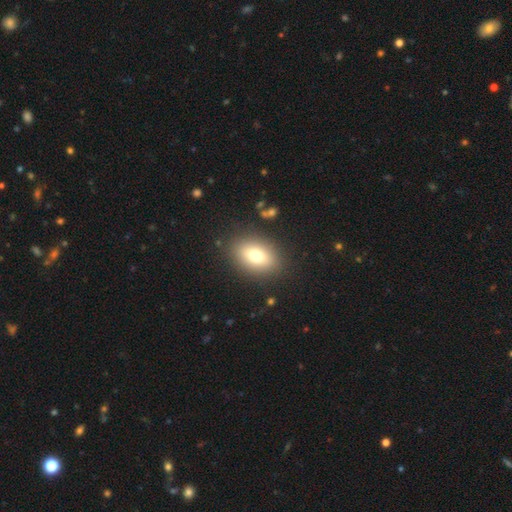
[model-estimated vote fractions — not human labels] A smooth galaxy with no disk features (75%) that is in between round and cigar-shaped (81%). Merging: none (85%).